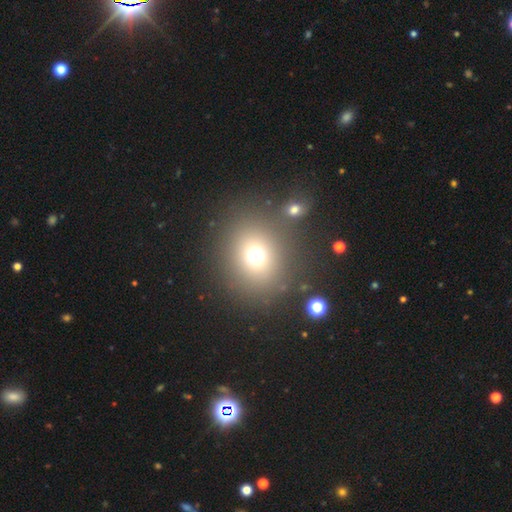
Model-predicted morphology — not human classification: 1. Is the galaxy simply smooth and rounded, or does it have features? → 69% smooth, 20% star or artifact, 11% featured or disk.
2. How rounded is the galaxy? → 78% round, 21% in between, 1% cigar-shaped.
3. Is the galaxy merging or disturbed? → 76% none, 10% merger, 9% minor disturbance, 6% major disturbance.